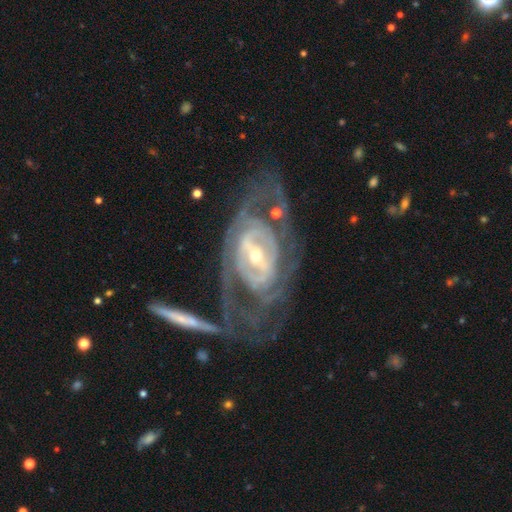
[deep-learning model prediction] This appears to be a featured or disk galaxy (87%) with a strong bar (44%), tight (63%) spiral arms (86%) and a small central bulge (52%). Merging: none (47%).